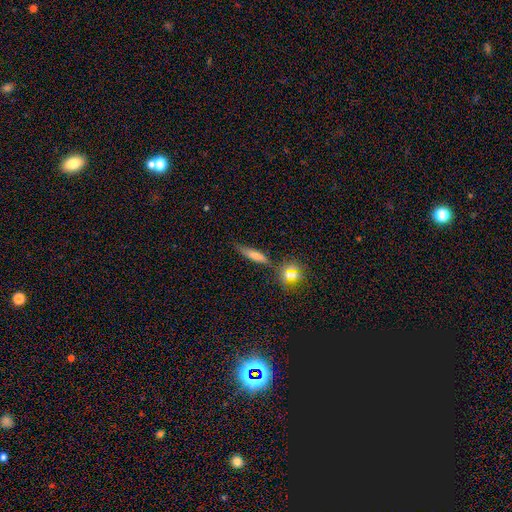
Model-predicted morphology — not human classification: Overall: smooth (67%). How rounded: cigar-shaped (69%). Merging: none (70%).